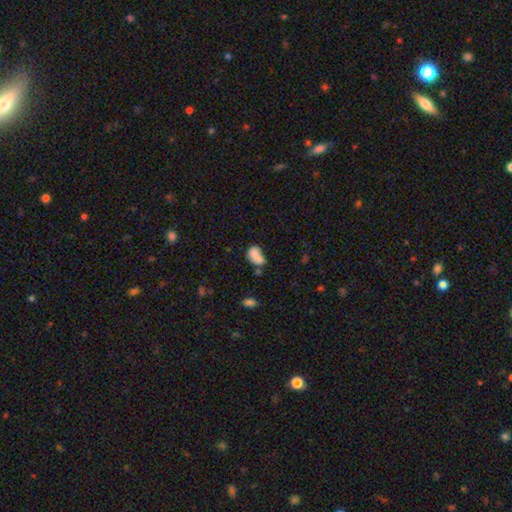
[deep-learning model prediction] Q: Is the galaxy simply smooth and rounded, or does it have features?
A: smooth — 75%.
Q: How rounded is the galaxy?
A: in between — 87%.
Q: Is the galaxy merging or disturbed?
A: none — 36%.